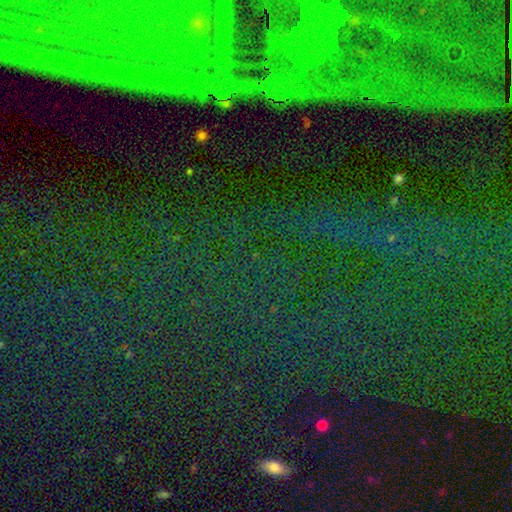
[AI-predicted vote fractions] Smooth or featured? Predicted: star or artifact (p=0.76).